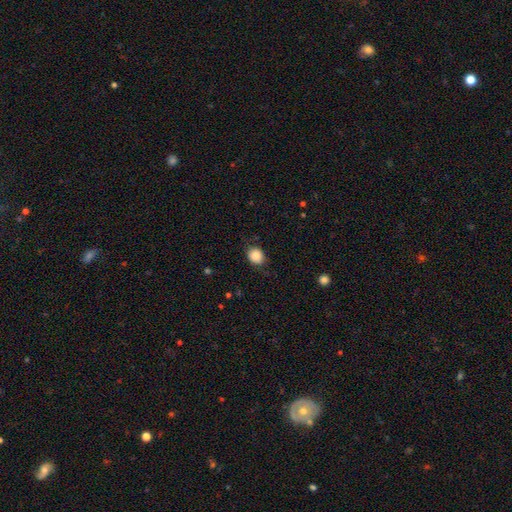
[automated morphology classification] Smooth or featured? smooth (85%)
How rounded? round (63%)
Merging? none (81%)